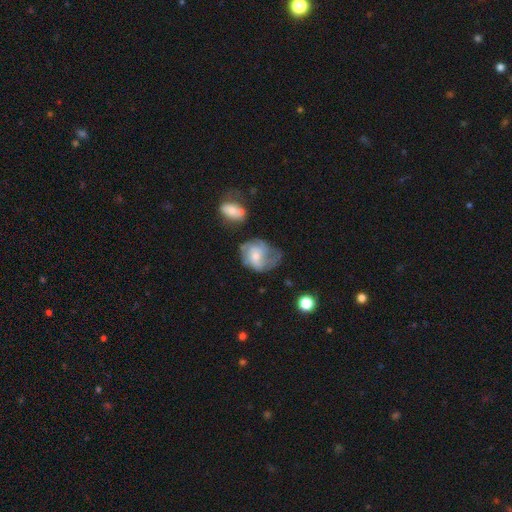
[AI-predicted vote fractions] A featured or disk galaxy (61%) with no bar (70%), spiral arms (76%) and a small central bulge (54%). Merging: none (37%).